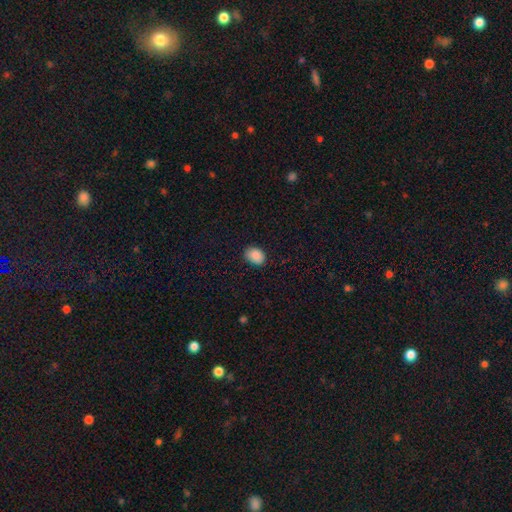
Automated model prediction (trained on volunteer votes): Smooth or featured? Predicted: smooth (p=0.88). How rounded? Predicted: in between (p=0.67). Merging? Predicted: none (p=0.84).